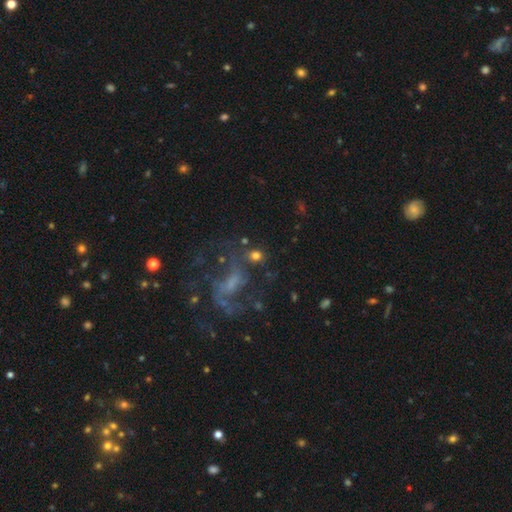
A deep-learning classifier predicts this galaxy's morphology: A smooth galaxy with no disk features (63%) that is round (73%).

Vote fractions:
- Smooth or featured? smooth: 63% / featured or disk: 20% / star or artifact: 18%
- How rounded? round: 73% / in between: 25% / cigar-shaped: 2%
- Merging? none: 65% / minor disturbance: 14% / major disturbance: 11% / merger: 10%